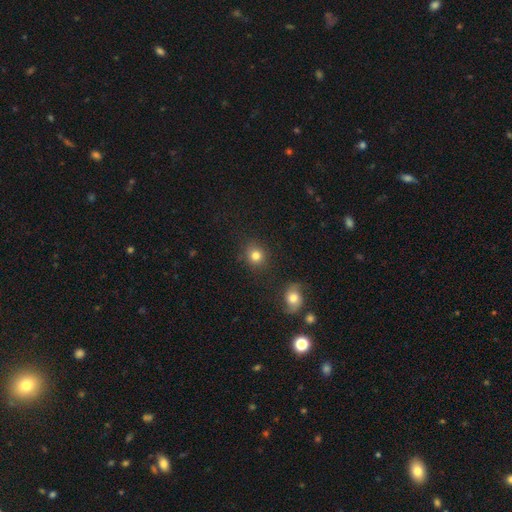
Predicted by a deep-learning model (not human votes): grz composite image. It shows a smooth galaxy with no disk features (81%) that is round (83%). Merging: none (83%).